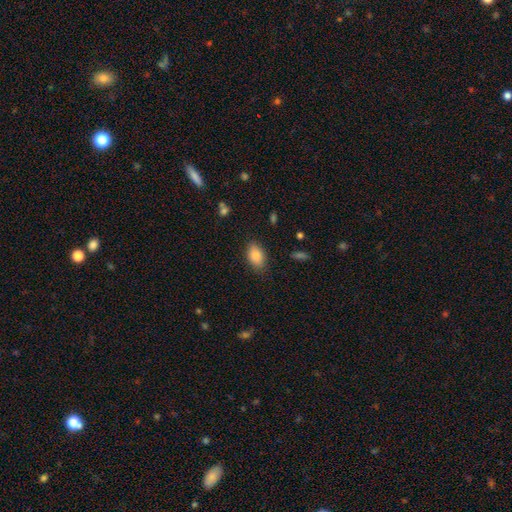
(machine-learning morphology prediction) Q: Smooth or featured?
A: smooth (87%); runner-up: star or artifact (7%)
Q: How rounded?
A: in between (90%); runner-up: round (8%)
Q: Merging?
A: none (82%); runner-up: minor disturbance (14%)